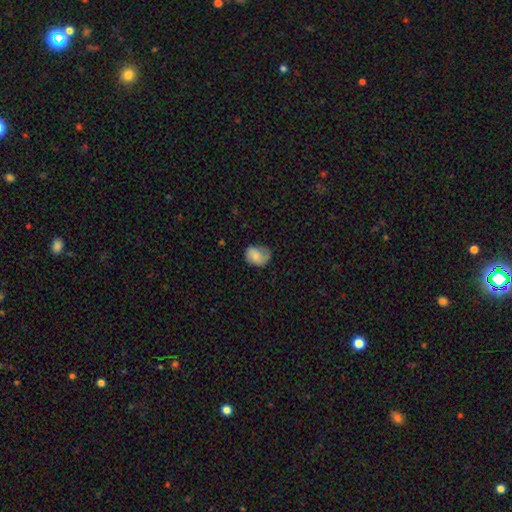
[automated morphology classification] Smooth or featured? smooth (63%)
How rounded? in between (52%)
Merging? none (55%)